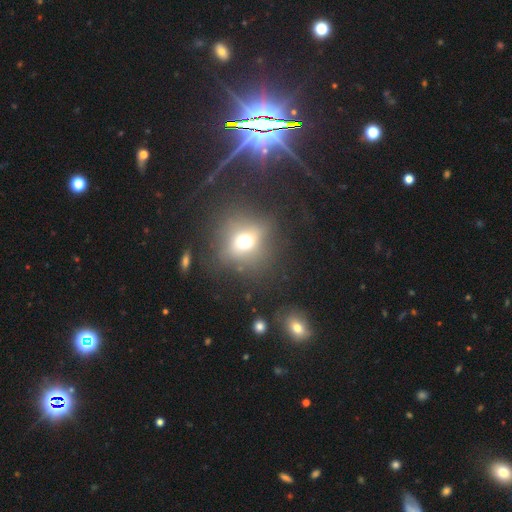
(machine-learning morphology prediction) smooth_or_featured: star or artifact (p=0.40) [alt: smooth p=0.34]